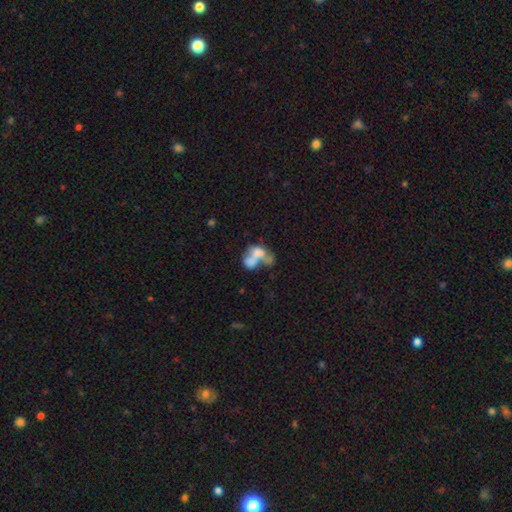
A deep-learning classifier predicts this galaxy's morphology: Overall: smooth (48%; featured or disk 41%). Merging: merger (66%).